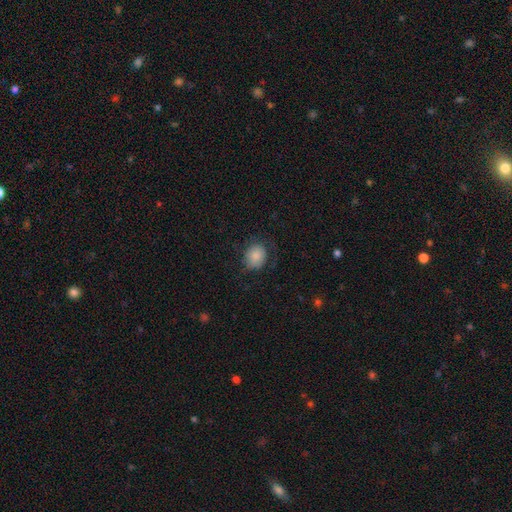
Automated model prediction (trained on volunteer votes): Smooth or featured?
  - smooth: 84% *
  - featured or disk: 9%
  - star or artifact: 8%
How rounded?
  - round: 59% *
  - in between: 40%
  - cigar-shaped: 1%
Merging?
  - none: 70% *
  - minor disturbance: 19%
  - major disturbance: 10%
  - merger: 1%